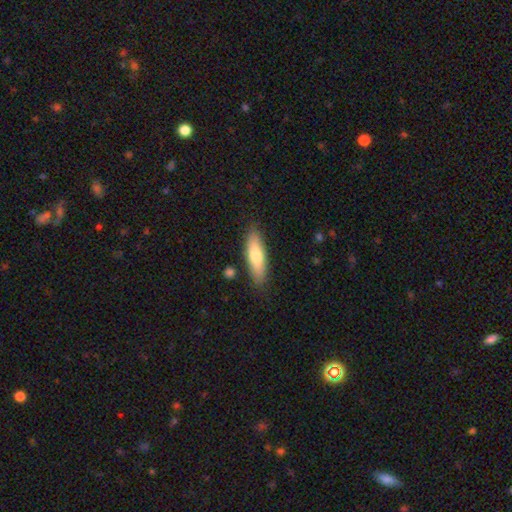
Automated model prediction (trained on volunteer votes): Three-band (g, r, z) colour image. It shows a smooth galaxy with no disk features (72%) that is cigar-shaped (58%). Merging: none (85%).